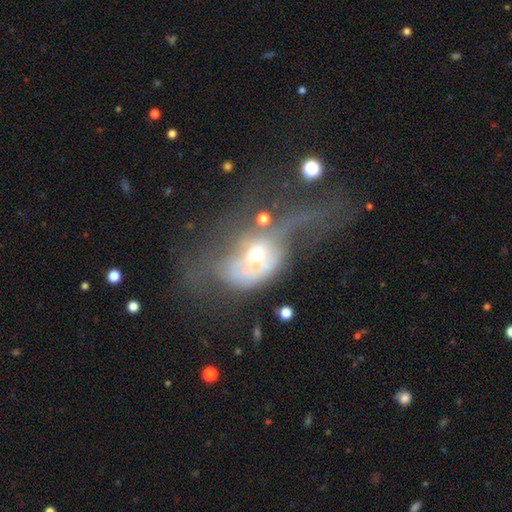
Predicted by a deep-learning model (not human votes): The model was most divided on "spiral arms": no: 60%, yes: 40%. More confident: edge-on disk — no (94%); bar — no (79%); bulge size — moderate (63%); merging — major disturbance (58%); smooth or featured — featured or disk (56%).